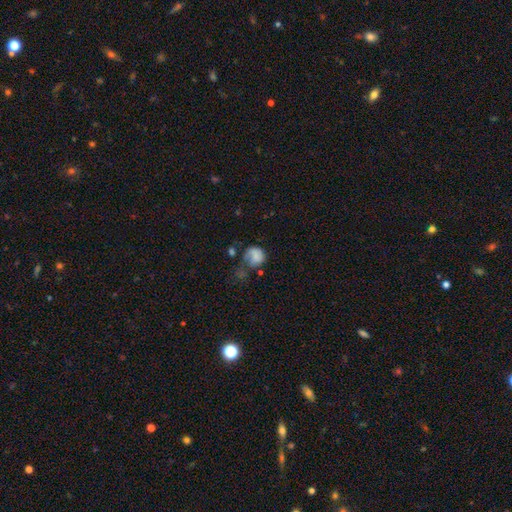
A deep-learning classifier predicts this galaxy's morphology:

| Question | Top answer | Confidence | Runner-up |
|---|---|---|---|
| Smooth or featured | smooth | 64% | featured or disk (27%) |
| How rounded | round | 58% | in between (41%) |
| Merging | major disturbance | 43% | minor disturbance (24%) |